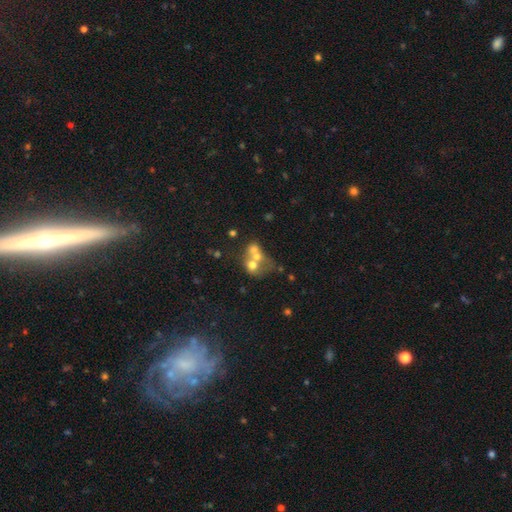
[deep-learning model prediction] Q: Smooth or featured?
A: smooth (49%); runner-up: featured or disk (33%)
Q: Merging?
A: merger (63%); runner-up: none (23%)